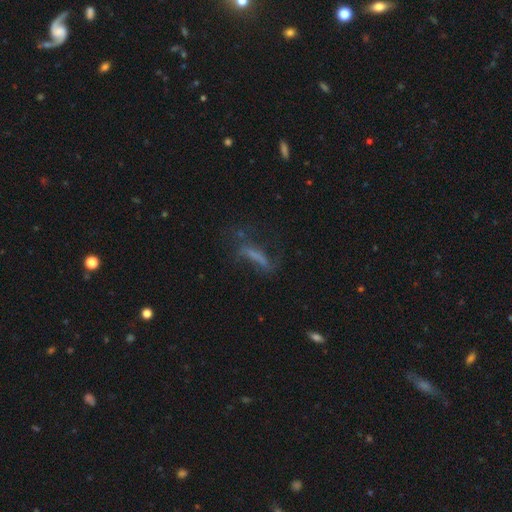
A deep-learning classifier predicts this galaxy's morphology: This is marginally a smooth galaxy (44%). Merging: marginally none (45%).